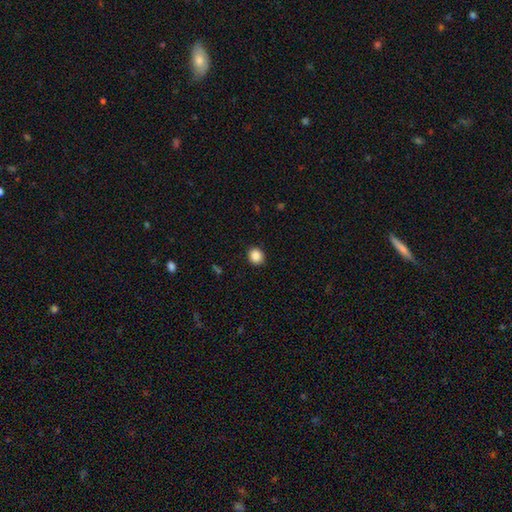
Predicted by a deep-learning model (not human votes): Q: Smooth or featured?
A: smooth (88%); runner-up: star or artifact (9%)
Q: How rounded?
A: round (76%); runner-up: in between (24%)
Q: Merging?
A: none (91%); runner-up: minor disturbance (6%)